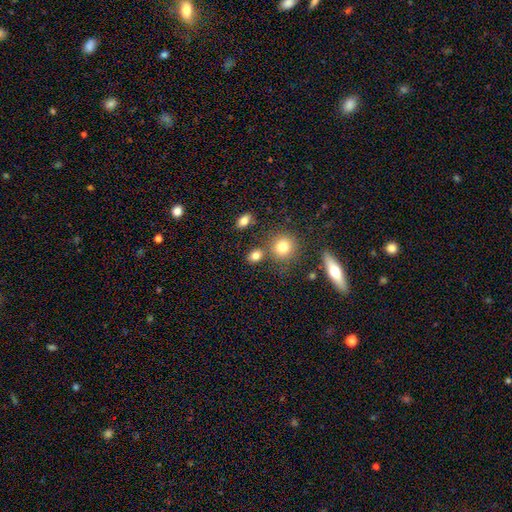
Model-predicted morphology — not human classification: A smooth galaxy with no disk features (79%) that is in between round and cigar-shaped (52%).

Vote fractions:
- Smooth or featured? smooth: 79% / star or artifact: 12% / featured or disk: 8%
- How rounded? in between: 52% / round: 46% / cigar-shaped: 2%
- Merging? none: 70% / merger: 15% / minor disturbance: 11% / major disturbance: 4%